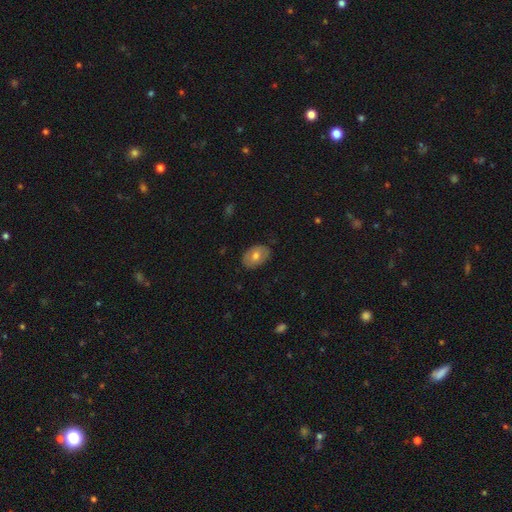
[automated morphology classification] A smooth galaxy with no disk features (66%) that is in between round and cigar-shaped (83%).

Vote fractions:
- Smooth or featured? smooth: 66% / featured or disk: 27% / star or artifact: 7%
- How rounded? in between: 83% / round: 16% / cigar-shaped: 1%
- Merging? none: 83% / minor disturbance: 13% / major disturbance: 2% / merger: 1%